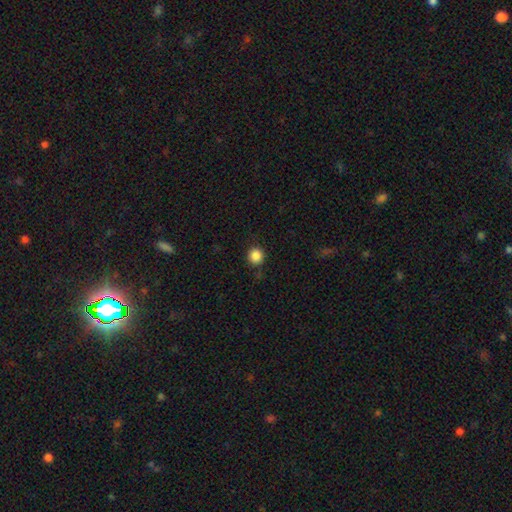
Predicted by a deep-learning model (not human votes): Smooth or featured: smooth — 86% (star or artifact — 10%)
How rounded: round — 94% (in between — 5%)
Merging: none — 88% (minor disturbance — 8%)